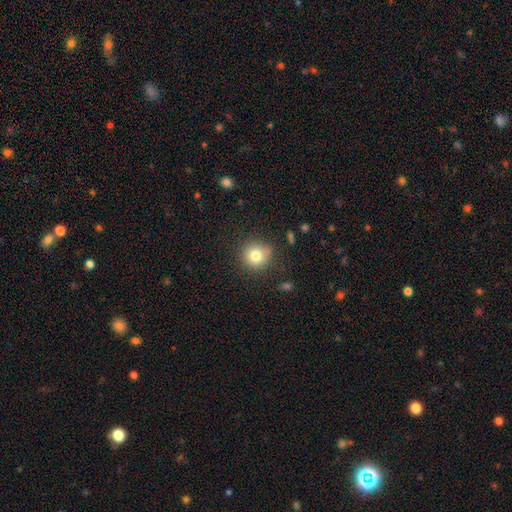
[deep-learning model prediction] Smooth or featured: smooth — 80% (star or artifact — 11%)
How rounded: round — 92% (in between — 8%)
Merging: none — 82% (minor disturbance — 12%)